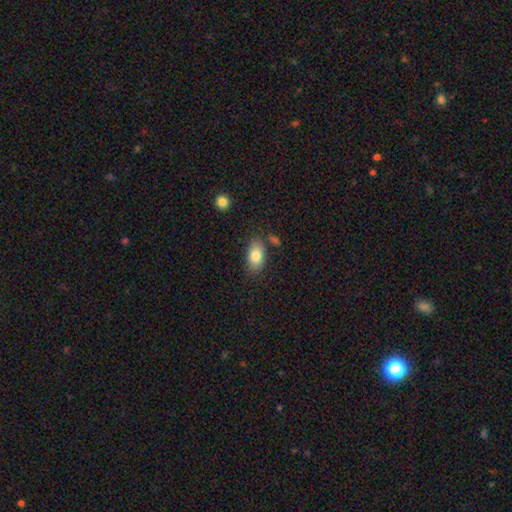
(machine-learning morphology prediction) type=smooth (82%); roundness=in between (91%); merging=none (78%).